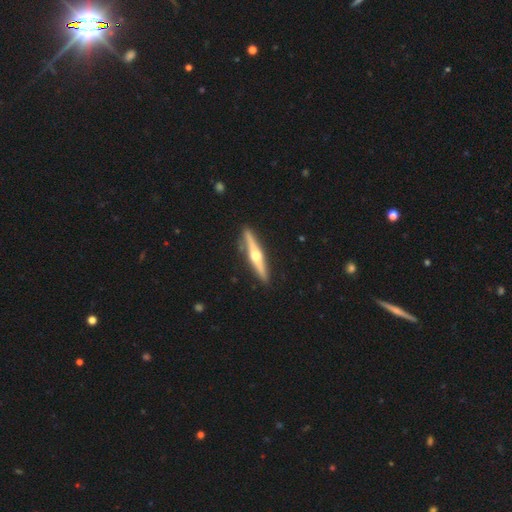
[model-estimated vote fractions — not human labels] Smooth or featured?
  - featured or disk: 71% *
  - smooth: 24%
  - star or artifact: 5%
Edge-on disk?
  - yes: 98% *
  - no: 2%
Edge-on bulge?
  - rounded: 94% *
  - none: 3%
  - boxy: 3%
Merging?
  - none: 90% *
  - minor disturbance: 7%
  - merger: 2%
  - major disturbance: 1%